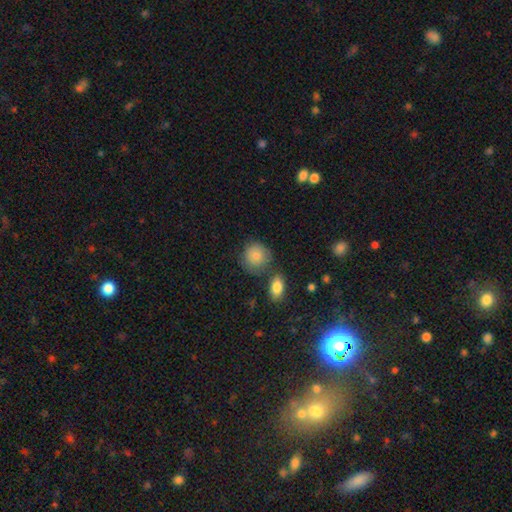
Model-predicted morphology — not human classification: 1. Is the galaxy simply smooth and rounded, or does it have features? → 84% smooth, 9% featured or disk, 7% star or artifact.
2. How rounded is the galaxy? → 85% round, 14% in between, 1% cigar-shaped.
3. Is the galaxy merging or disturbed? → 67% none, 16% minor disturbance, 13% merger, 4% major disturbance.